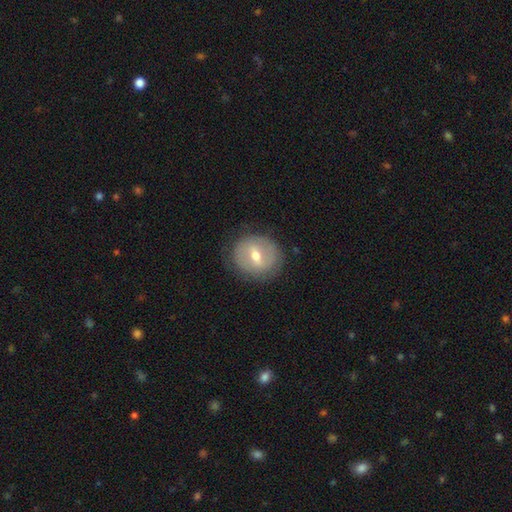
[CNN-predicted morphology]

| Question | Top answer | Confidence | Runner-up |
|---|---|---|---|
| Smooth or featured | featured or disk | 49% | smooth (43%) |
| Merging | none | 82% | minor disturbance (12%) |